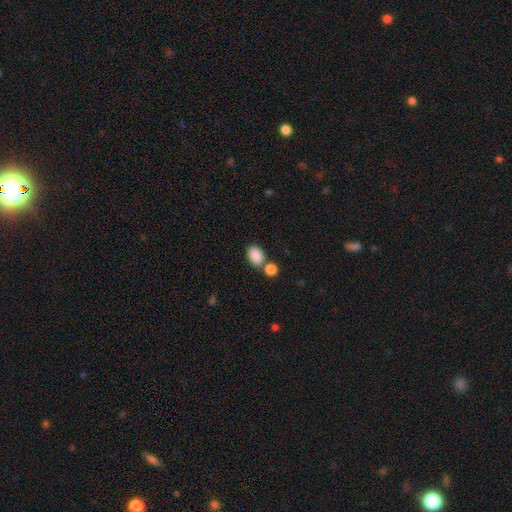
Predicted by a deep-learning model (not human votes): smooth 88%, star or artifact 8%, featured or disk 4%. Down the decision tree: how rounded — in between (80%); merging — none (60%).